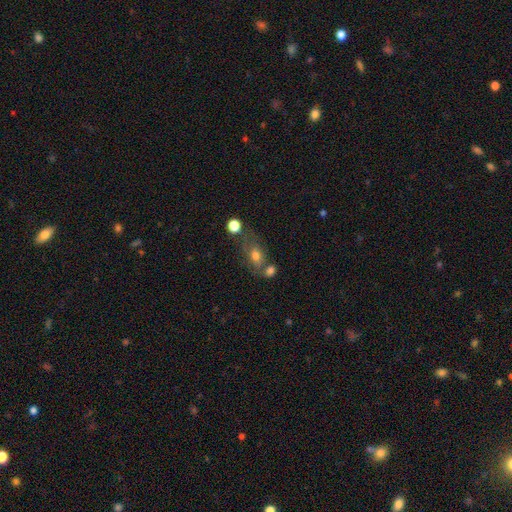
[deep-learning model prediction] Smooth or featured?
  - smooth: 71% *
  - featured or disk: 17%
  - star or artifact: 12%
How rounded?
  - in between: 76% *
  - round: 21%
  - cigar-shaped: 3%
Merging?
  - none: 48% *
  - merger: 24%
  - minor disturbance: 18%
  - major disturbance: 10%